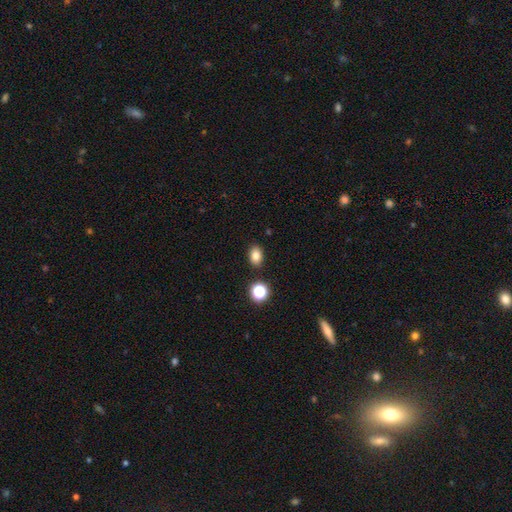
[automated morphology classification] Overall: smooth (81%). How rounded: in between (76%). Merging: none (87%).